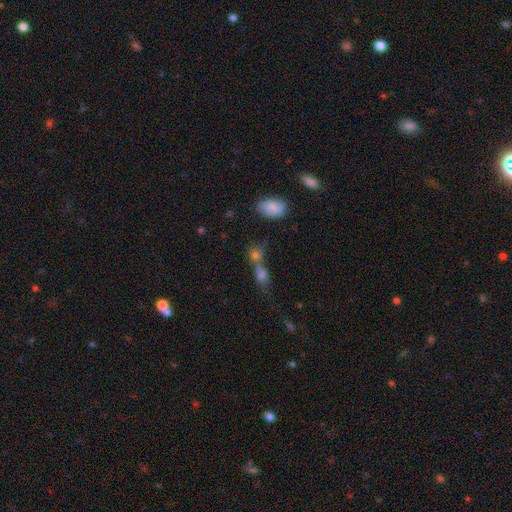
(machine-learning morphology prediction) smooth 64%, star or artifact 19%, featured or disk 17%. Down the decision tree: how rounded — round (47%); merging — merger (56%).